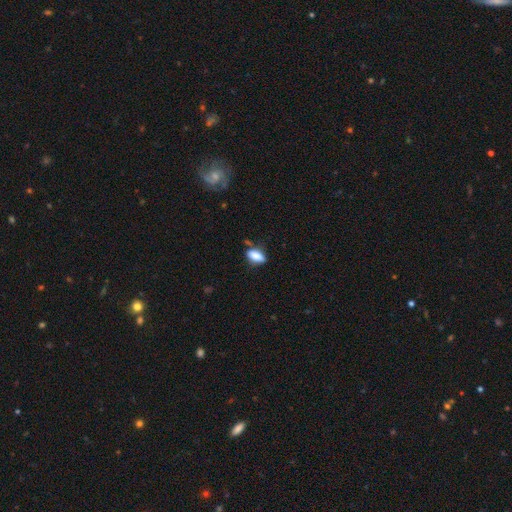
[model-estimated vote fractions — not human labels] Morphology: type=smooth (83%); roundness=in between (86%); merging=none (68%).